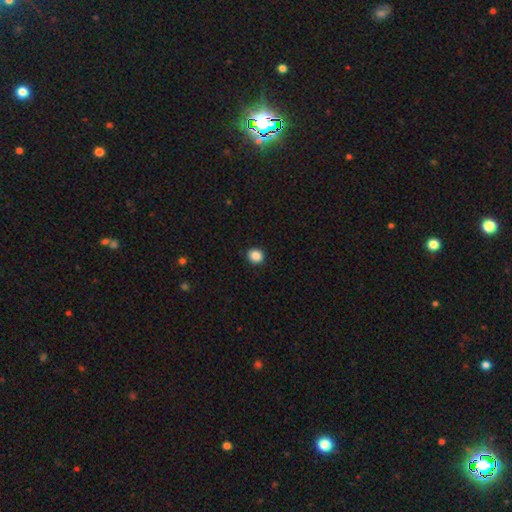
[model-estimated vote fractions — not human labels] A smooth galaxy with no disk features (87%) that is round (88%).

Vote fractions:
- Smooth or featured? smooth: 87% / star or artifact: 10% / featured or disk: 3%
- How rounded? round: 88% / in between: 11% / cigar-shaped: 1%
- Merging? none: 90% / minor disturbance: 7% / major disturbance: 2% / merger: 1%